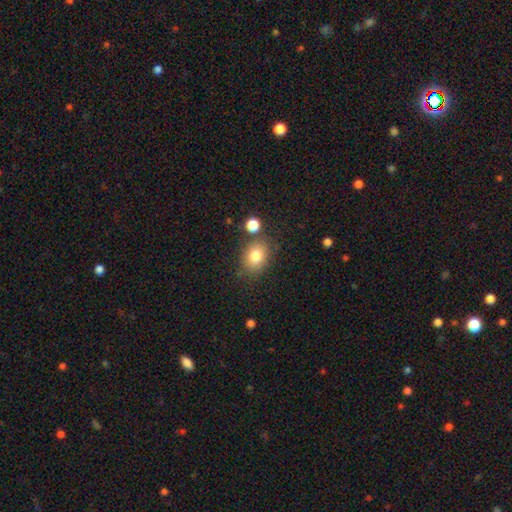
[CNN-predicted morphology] A smooth galaxy with no disk features (80%) that is in between round and cigar-shaped (56%). Merging: none (74%).